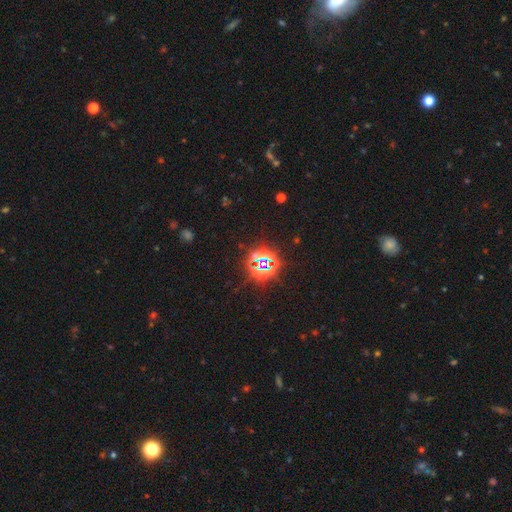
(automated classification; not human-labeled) Overall: star or artifact (80%).